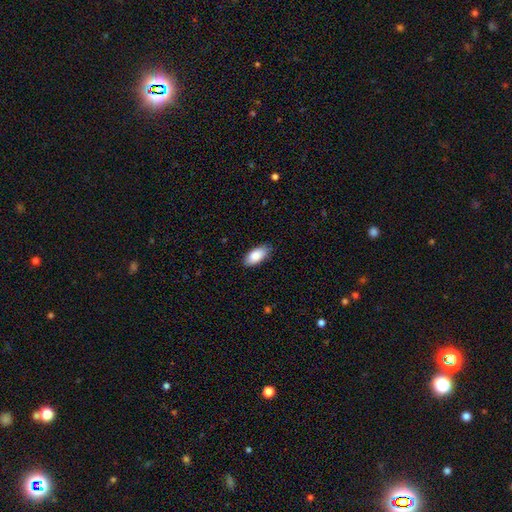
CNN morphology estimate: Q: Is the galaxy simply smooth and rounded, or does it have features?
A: smooth — 86%.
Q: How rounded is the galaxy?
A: in between — 92%.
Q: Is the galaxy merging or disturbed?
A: none — 82%.